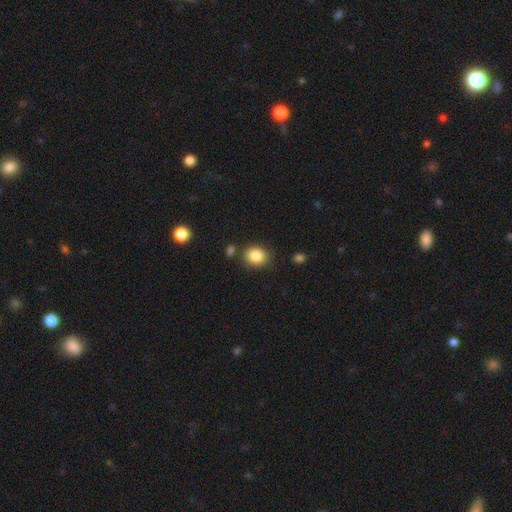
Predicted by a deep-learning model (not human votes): Smooth or featured: smooth — 86% (star or artifact — 9%)
How rounded: round — 66% (in between — 33%)
Merging: none — 81% (minor disturbance — 11%)